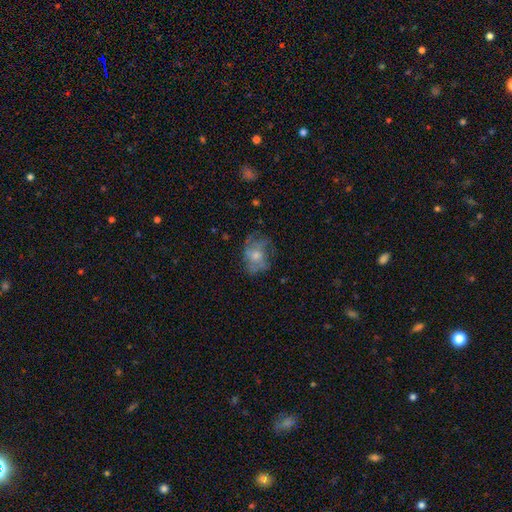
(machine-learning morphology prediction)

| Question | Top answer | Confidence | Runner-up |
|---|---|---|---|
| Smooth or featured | smooth | 46% | featured or disk (44%) |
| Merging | none | 47% | major disturbance (26%) |